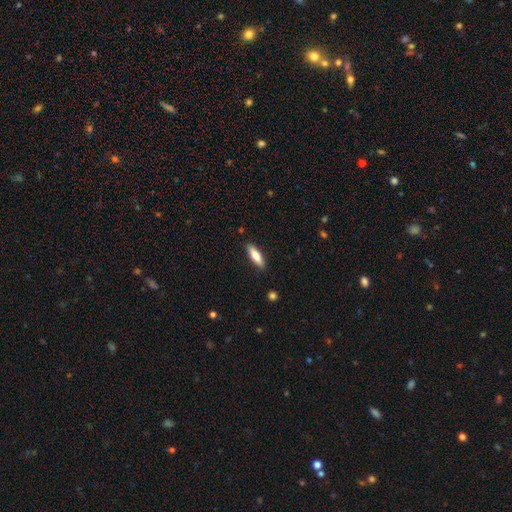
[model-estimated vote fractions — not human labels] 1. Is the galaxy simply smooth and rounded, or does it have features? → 75% smooth, 20% featured or disk, 6% star or artifact.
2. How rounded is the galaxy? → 56% cigar-shaped, 42% in between, 2% round.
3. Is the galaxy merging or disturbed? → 89% none, 8% minor disturbance, 2% major disturbance, 1% merger.